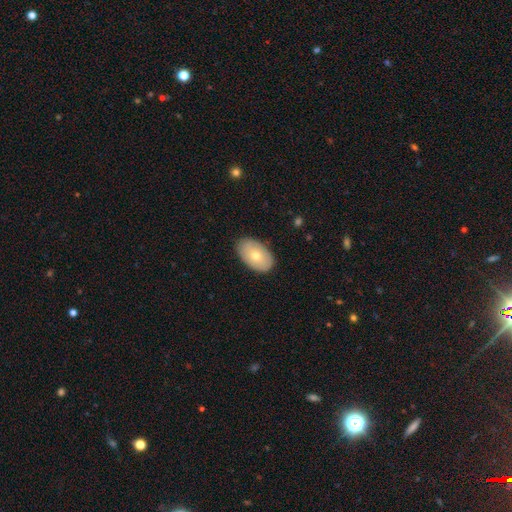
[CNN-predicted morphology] A smooth galaxy with no disk features (67%) that is in between round and cigar-shaped (92%).

Vote fractions:
- Smooth or featured? smooth: 67% / featured or disk: 26% / star or artifact: 7%
- How rounded? in between: 92% / round: 7% / cigar-shaped: 1%
- Merging? none: 87% / minor disturbance: 10% / major disturbance: 2% / merger: 1%